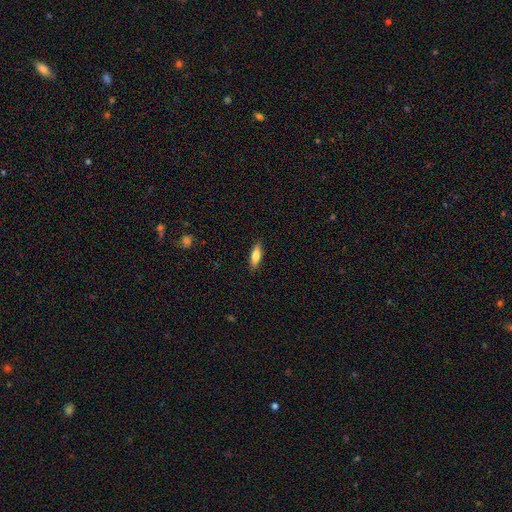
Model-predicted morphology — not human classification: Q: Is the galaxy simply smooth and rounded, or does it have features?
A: smooth — 76%.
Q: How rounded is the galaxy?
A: in between — 53%.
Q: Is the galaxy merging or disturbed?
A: none — 88%.